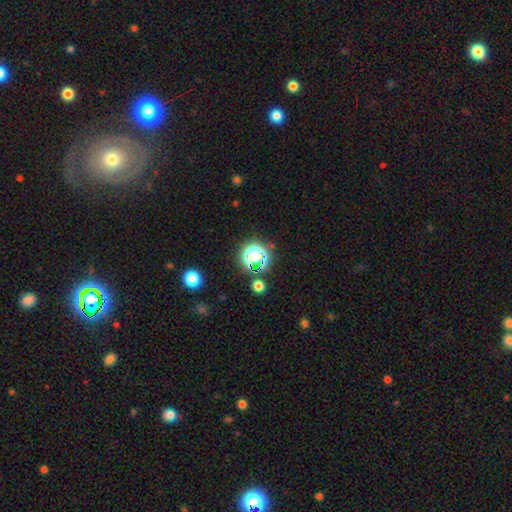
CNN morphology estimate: Smooth or featured?
  - star or artifact: 52% *
  - smooth: 38%
  - featured or disk: 10%